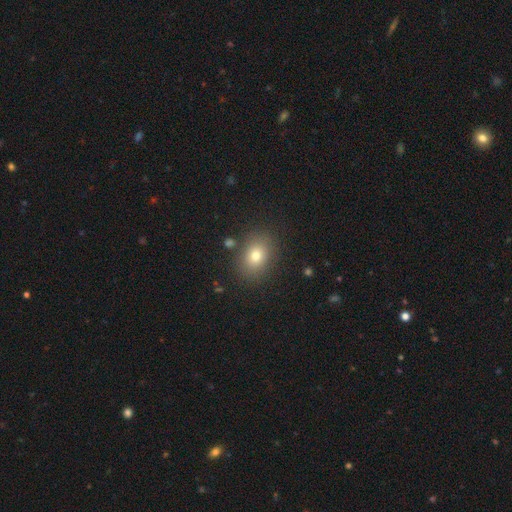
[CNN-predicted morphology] This appears to be a smooth galaxy with no disk features (77%) that is in between round and cigar-shaped (63%). Merging: none (84%).